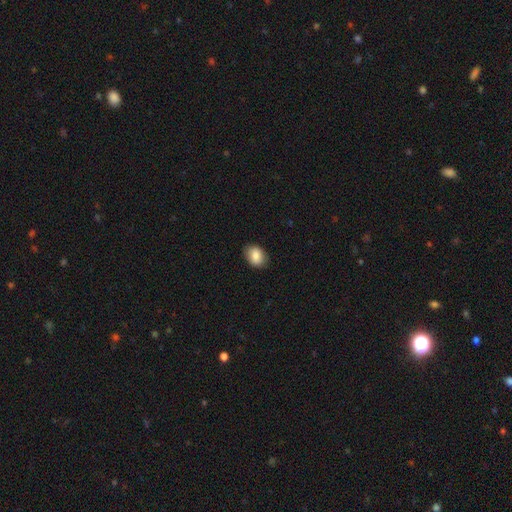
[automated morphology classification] A smooth galaxy with no disk features (86%) that is in between round and cigar-shaped (76%). Merging: none (84%).